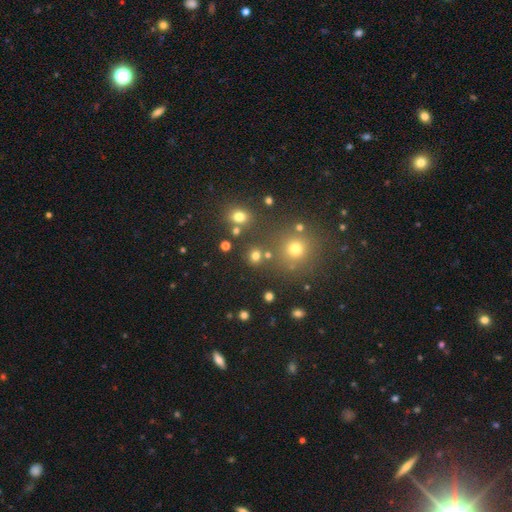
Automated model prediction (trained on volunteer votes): Smooth or featured? smooth (71%)
How rounded? round (87%)
Merging? none (81%)